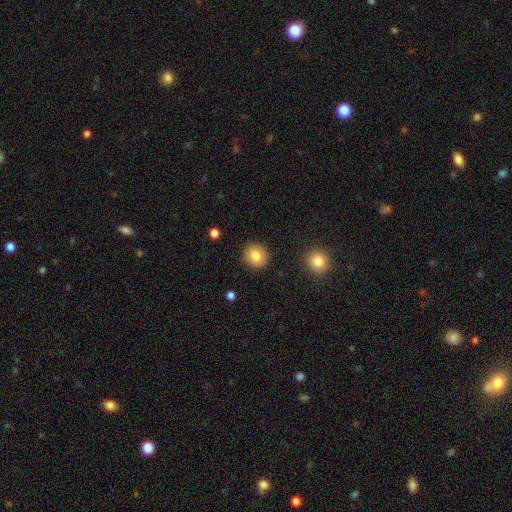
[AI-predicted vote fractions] Morphology: type=smooth (84%); roundness=round (82%); merging=none (90%).